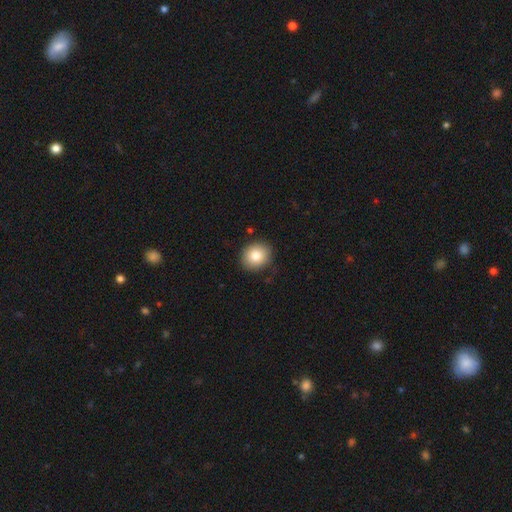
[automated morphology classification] A smooth galaxy with no disk features (82%) that is round (78%). Merging: none (87%).